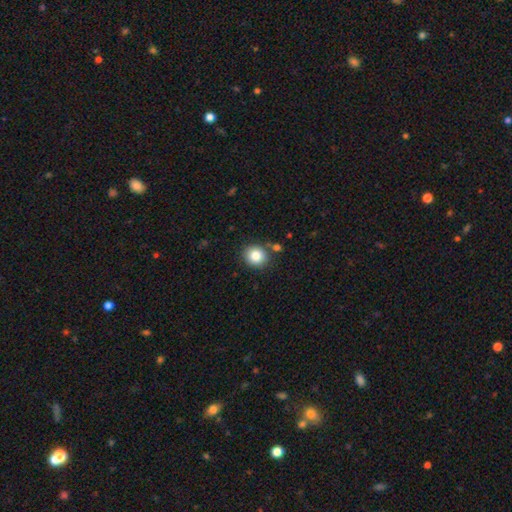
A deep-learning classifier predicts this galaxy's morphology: Smooth or featured?
  - smooth: 84% *
  - star or artifact: 10%
  - featured or disk: 6%
How rounded?
  - round: 81% *
  - in between: 18%
  - cigar-shaped: 1%
Merging?
  - none: 82% *
  - minor disturbance: 9%
  - merger: 6%
  - major disturbance: 3%